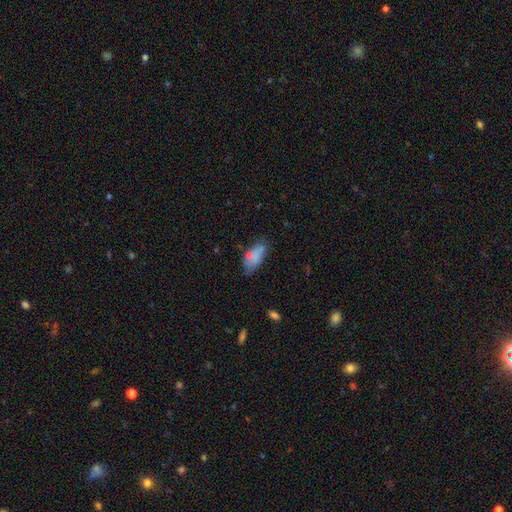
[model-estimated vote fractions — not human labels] Smooth or featured?
  - smooth: 70% *
  - featured or disk: 21%
  - star or artifact: 9%
How rounded?
  - in between: 84% *
  - cigar-shaped: 13%
  - round: 3%
Merging?
  - none: 49% *
  - minor disturbance: 27%
  - major disturbance: 12%
  - merger: 12%